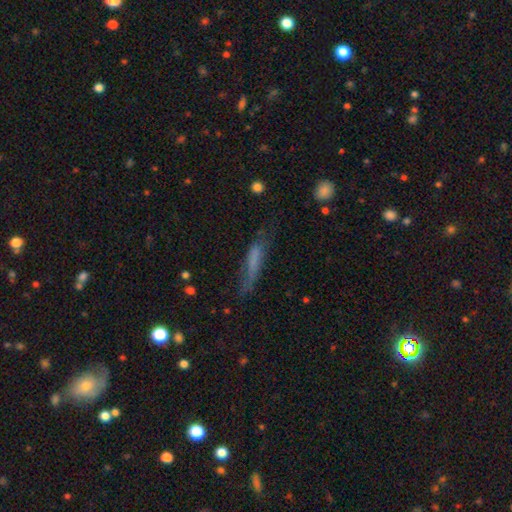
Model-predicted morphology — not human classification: Smooth or featured? Predicted: smooth (p=0.56). How rounded? Predicted: cigar-shaped (p=0.82). Merging? Predicted: none (p=0.51).